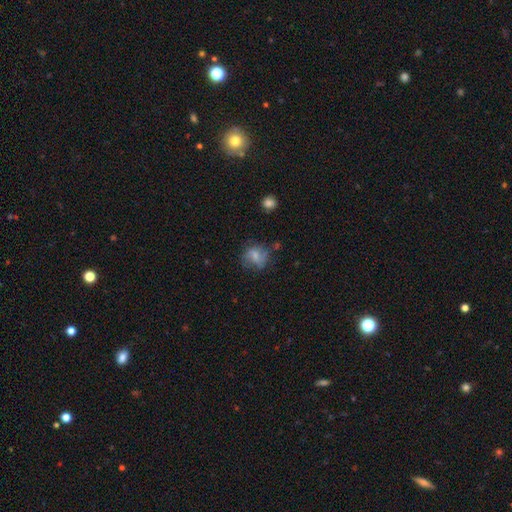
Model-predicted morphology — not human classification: Smooth or featured: smooth — 55% (featured or disk — 35%)
How rounded: round — 59% (in between — 40%)
Merging: none — 51% (minor disturbance — 27%)